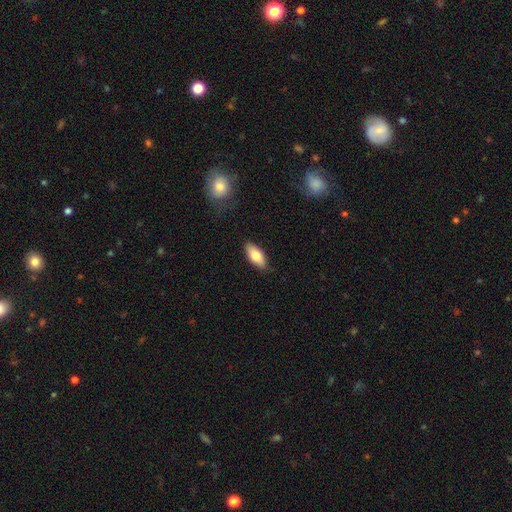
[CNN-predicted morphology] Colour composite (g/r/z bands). It shows a smooth galaxy with no disk features (77%) that is in between round and cigar-shaped (83%). Merging: none (85%).